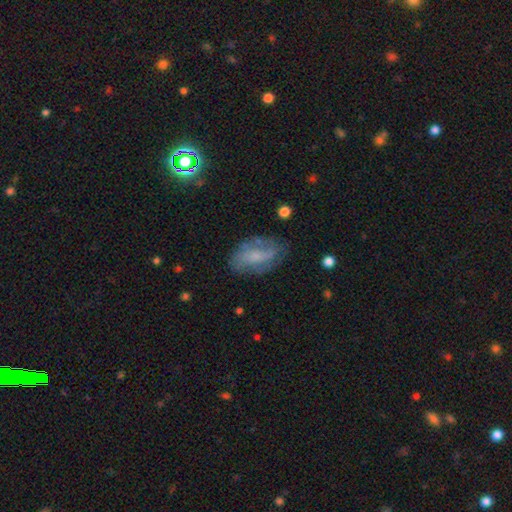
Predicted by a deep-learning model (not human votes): Smooth or featured?
  - featured or disk: 50% *
  - smooth: 41%
  - star or artifact: 9%
Merging?
  - none: 66% *
  - minor disturbance: 21%
  - major disturbance: 10%
  - merger: 2%